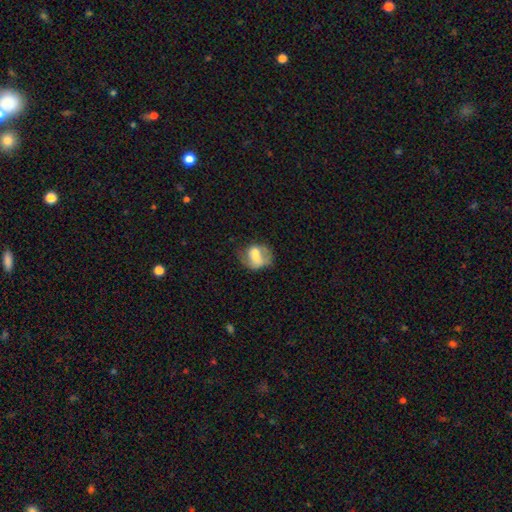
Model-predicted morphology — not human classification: Smooth or featured: smooth — 50% (featured or disk — 41%)
How rounded: in between — 50% (round — 49%)
Merging: none — 30% (merger — 29%)